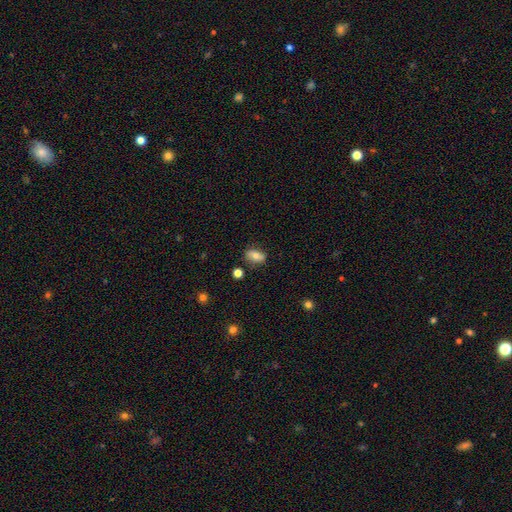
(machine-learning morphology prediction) Q: Smooth or featured?
A: smooth (68%); runner-up: featured or disk (22%)
Q: How rounded?
A: in between (80%); runner-up: round (16%)
Q: Merging?
A: none (80%); runner-up: minor disturbance (14%)